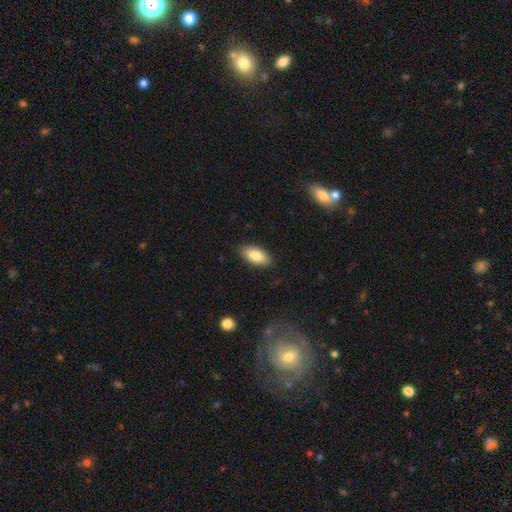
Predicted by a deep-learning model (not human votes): This is clearly a smooth galaxy (84%). How rounded: clearly in between (90%). Merging: clearly none (88%).